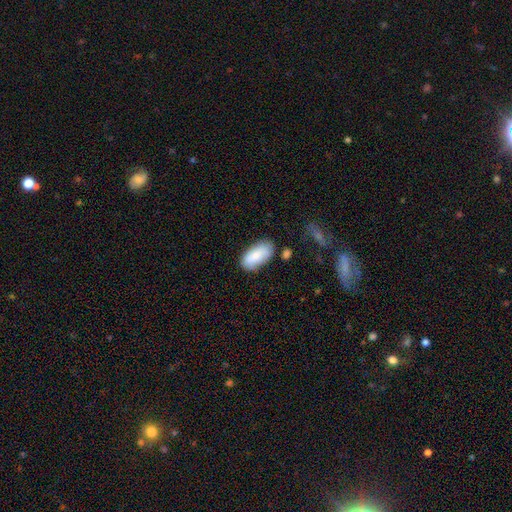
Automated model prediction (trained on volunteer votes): Q: Smooth or featured?
A: smooth (85%); runner-up: featured or disk (9%)
Q: How rounded?
A: in between (93%); runner-up: cigar-shaped (5%)
Q: Merging?
A: none (70%); runner-up: minor disturbance (20%)